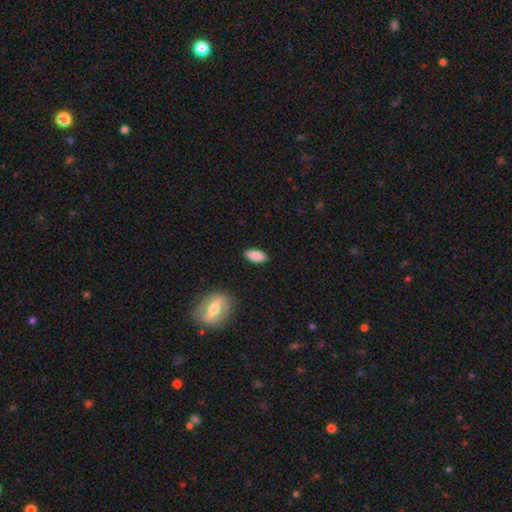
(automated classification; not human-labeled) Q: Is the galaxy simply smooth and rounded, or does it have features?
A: smooth — 87%.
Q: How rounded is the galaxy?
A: in between — 84%.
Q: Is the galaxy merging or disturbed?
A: none — 88%.